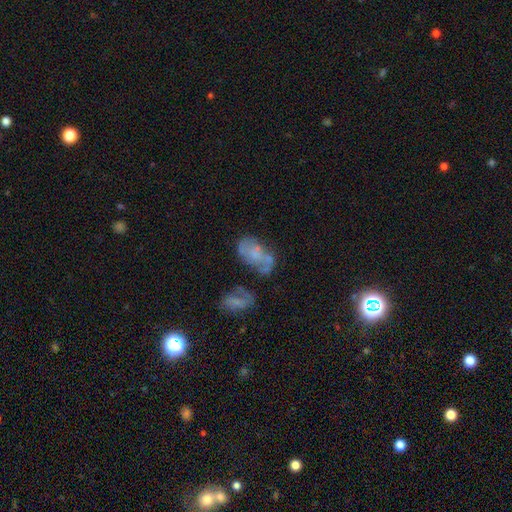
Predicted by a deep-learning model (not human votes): smooth-or-featured: featured or disk: 48% | smooth: 35% | star or artifact: 18%
  merging: none: 34% | merger: 27% | minor disturbance: 20% | major disturbance: 19%